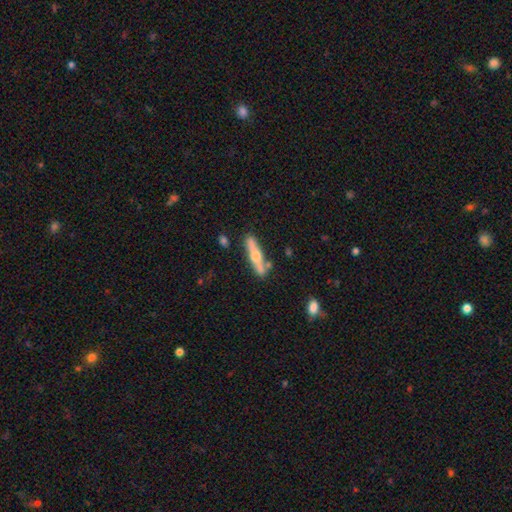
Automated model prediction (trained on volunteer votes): Overall: featured or disk (57%; smooth 38%). Edge-on disk: yes (90%). Edge-on bulge: rounded (90%). Merging: none (76%).